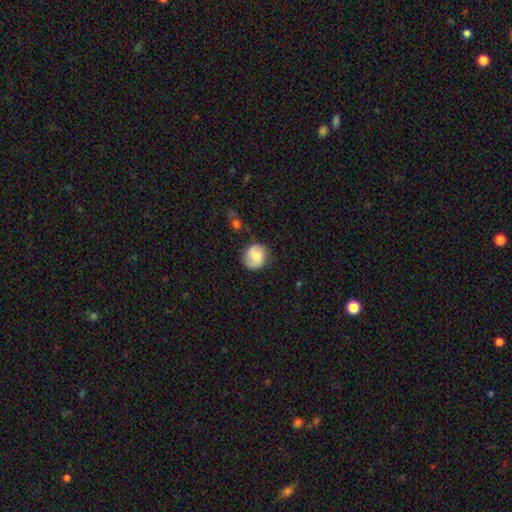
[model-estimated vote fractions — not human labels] Q: Smooth or featured?
A: smooth (70%); runner-up: featured or disk (22%)
Q: How rounded?
A: round (86%); runner-up: in between (13%)
Q: Merging?
A: none (78%); runner-up: minor disturbance (16%)